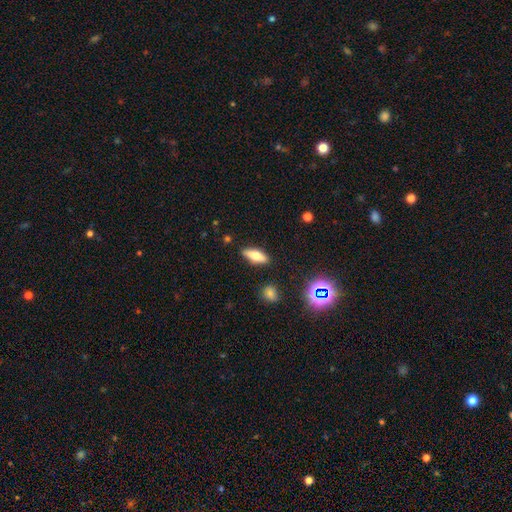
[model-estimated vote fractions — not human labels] A smooth galaxy with no disk features (62%) that is in between round and cigar-shaped (61%). Merging: none (86%).